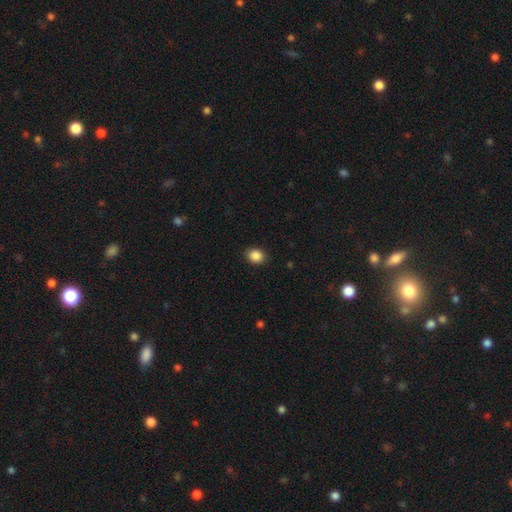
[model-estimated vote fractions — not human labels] A smooth galaxy with no disk features (87%) that is round (65%).

Vote fractions:
- Smooth or featured? smooth: 87% / star or artifact: 9% / featured or disk: 3%
- How rounded? round: 65% / in between: 34% / cigar-shaped: 1%
- Merging? none: 89% / minor disturbance: 7% / major disturbance: 2% / merger: 1%